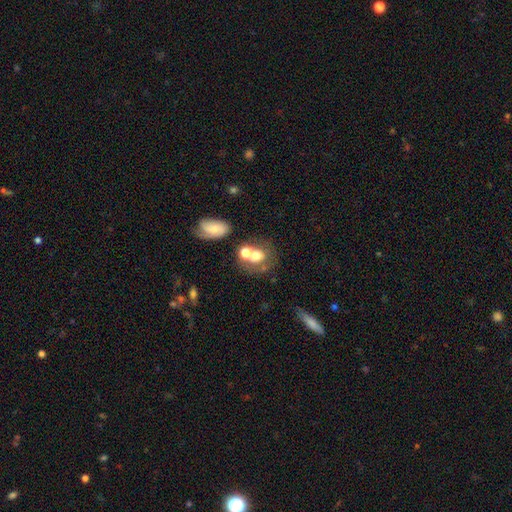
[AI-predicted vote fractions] smooth-or-featured: smooth: 58% | featured or disk: 30% | star or artifact: 12%
  how-rounded: round: 54% | in between: 45% | cigar-shaped: 1%
  merging: merger: 54% | none: 27% | minor disturbance: 10% | major disturbance: 9%